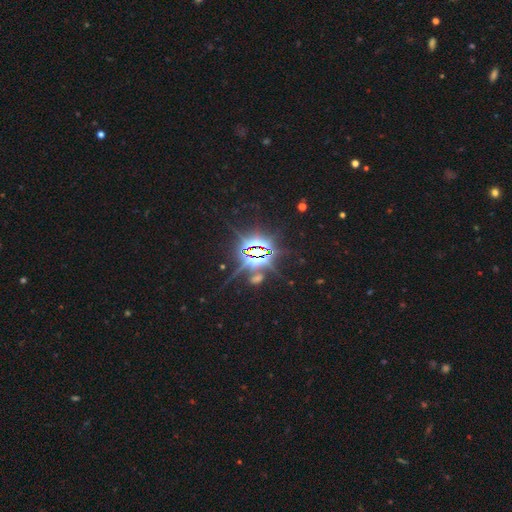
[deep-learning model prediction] smooth_or_featured: star or artifact (p=0.85) [alt: featured or disk p=0.08]